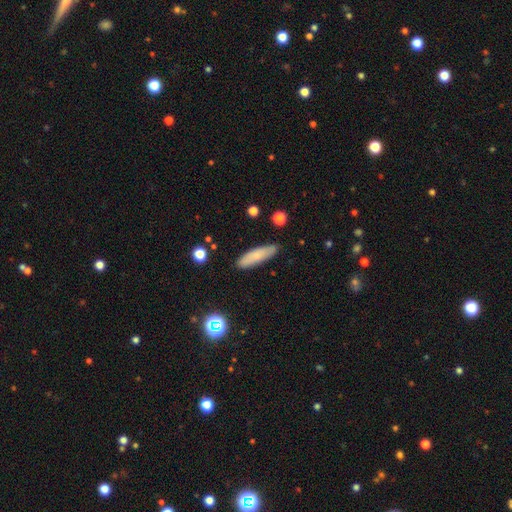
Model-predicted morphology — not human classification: A smooth galaxy with no disk features (75%) that is cigar-shaped (61%).

Vote fractions:
- Smooth or featured? smooth: 75% / featured or disk: 17% / star or artifact: 7%
- How rounded? cigar-shaped: 61% / in between: 37% / round: 2%
- Merging? none: 86% / minor disturbance: 11% / major disturbance: 2% / merger: 1%